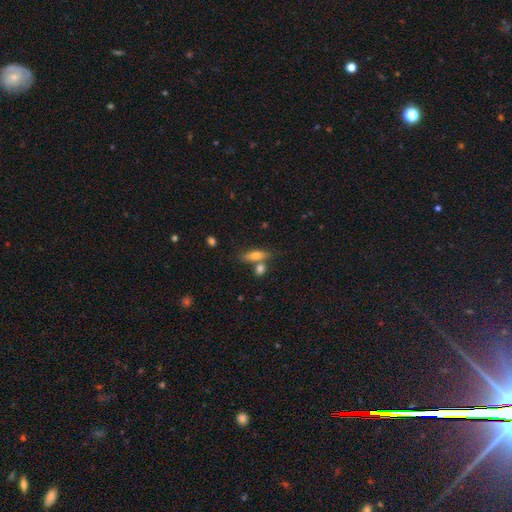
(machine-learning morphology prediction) smooth_or_featured: smooth (p=0.67) [alt: featured or disk p=0.24]
how_rounded: cigar-shaped (p=0.48) [alt: in between p=0.47]
merging: none (p=0.61) [alt: merger p=0.23]